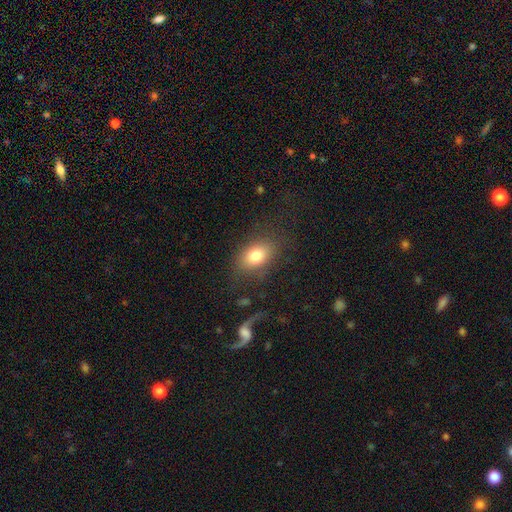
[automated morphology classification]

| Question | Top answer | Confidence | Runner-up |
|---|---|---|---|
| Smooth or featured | smooth | 78% | featured or disk (13%) |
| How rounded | in between | 79% | round (19%) |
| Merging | none | 75% | minor disturbance (14%) |